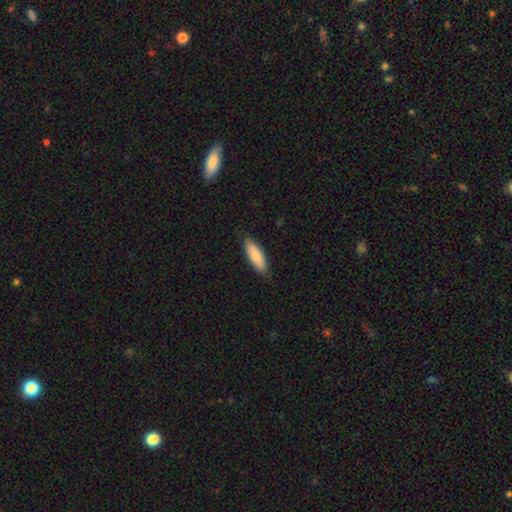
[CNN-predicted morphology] Overall: smooth (81%). How rounded: in between (57%; cigar-shaped 41%). Merging: none (85%).